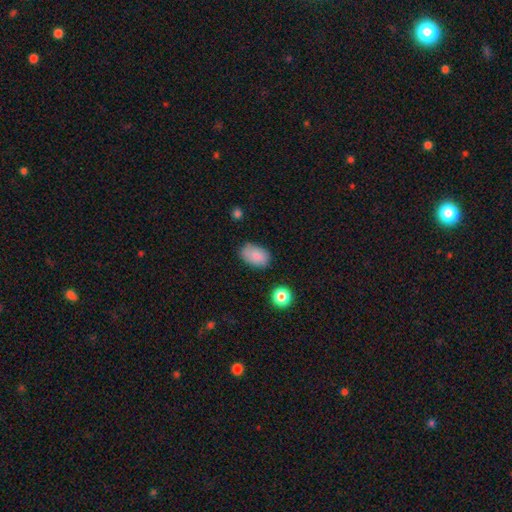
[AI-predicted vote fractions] Overall: smooth (86%). How rounded: in between (91%). Merging: none (75%).